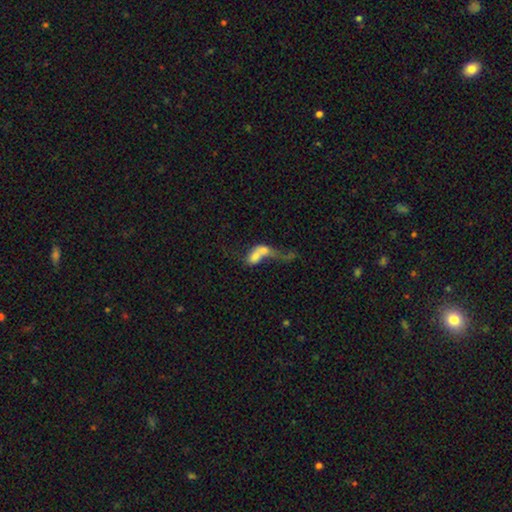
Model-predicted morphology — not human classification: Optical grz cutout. It shows a smooth galaxy with no disk features (55%) that is in between round and cigar-shaped (70%). Merging: merger (72%).